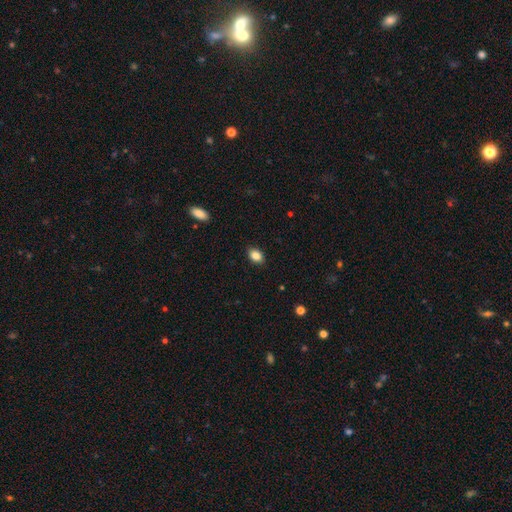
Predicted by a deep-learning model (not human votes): smooth-or-featured: smooth: 86% | star or artifact: 9% | featured or disk: 5%
  how-rounded: in between: 82% | round: 17% | cigar-shaped: 1%
  merging: none: 87% | minor disturbance: 10% | major disturbance: 2% | merger: 1%